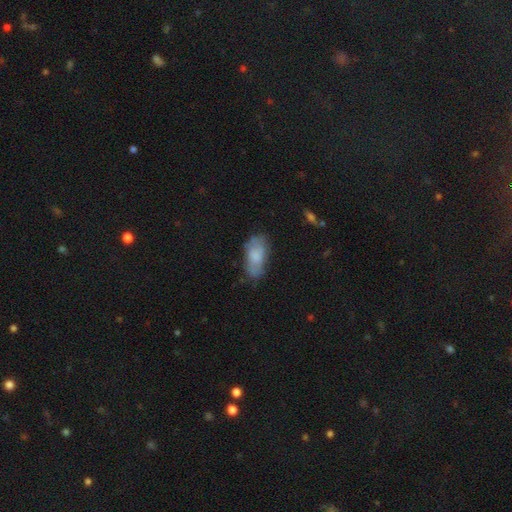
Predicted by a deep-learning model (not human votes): smooth 71%, featured or disk 21%, star or artifact 7%. Down the decision tree: how rounded — in between (90%); merging — none (61%).